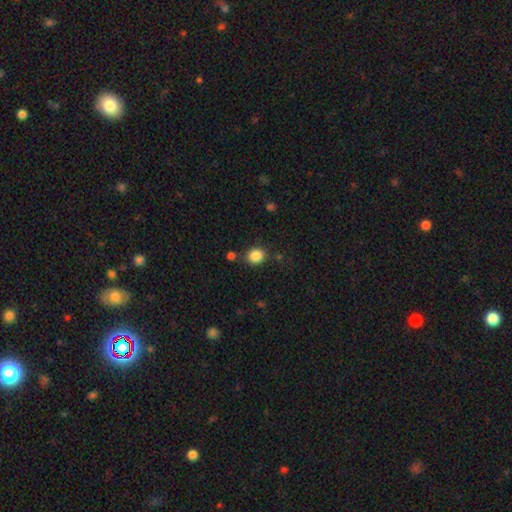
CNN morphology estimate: smooth 86%, star or artifact 10%, featured or disk 4%. Down the decision tree: how rounded — round (72%); merging — none (79%).